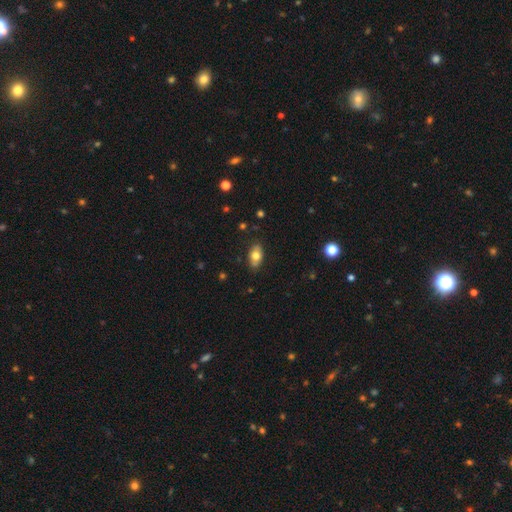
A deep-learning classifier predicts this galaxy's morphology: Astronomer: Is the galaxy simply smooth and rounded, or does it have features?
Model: smooth — 71%.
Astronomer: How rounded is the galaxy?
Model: in between — 88%.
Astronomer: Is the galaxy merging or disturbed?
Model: none — 84%.